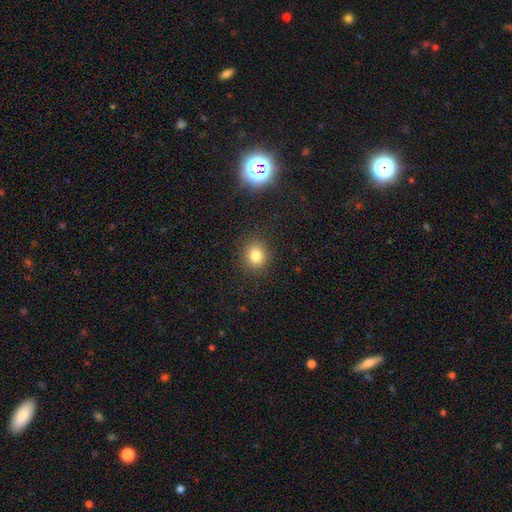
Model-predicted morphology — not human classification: smooth 80%, star or artifact 13%, featured or disk 7%. Down the decision tree: how rounded — round (75%); merging — none (88%).